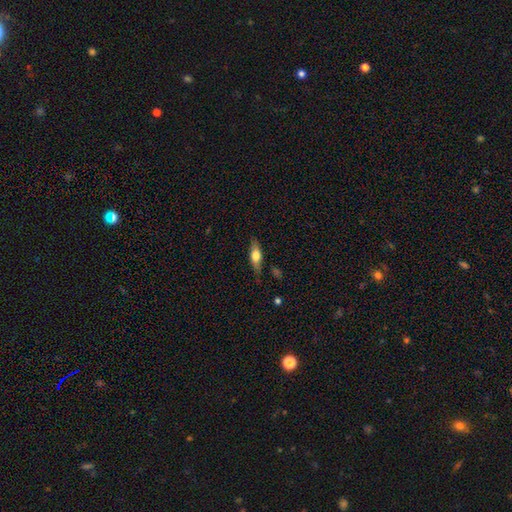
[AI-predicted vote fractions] Smooth or featured: smooth — 53% (featured or disk — 40%)
How rounded: in between — 49% (cigar-shaped — 48%)
Merging: none — 77% (minor disturbance — 17%)